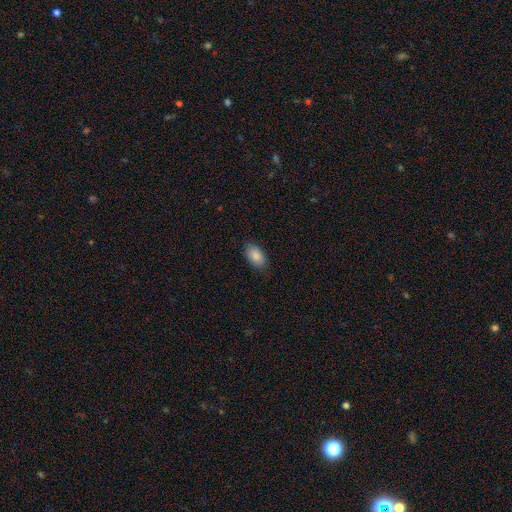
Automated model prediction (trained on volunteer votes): Smooth or featured? smooth (88%)
How rounded? in between (94%)
Merging? none (85%)